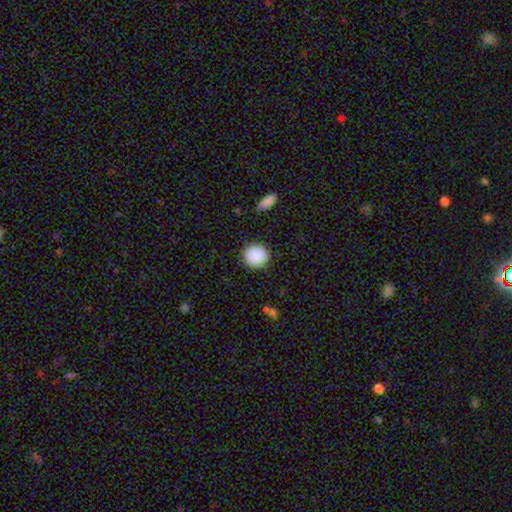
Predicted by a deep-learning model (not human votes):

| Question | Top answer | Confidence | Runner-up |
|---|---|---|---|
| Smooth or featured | smooth | 89% | star or artifact (7%) |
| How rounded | round | 93% | in between (6%) |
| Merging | none | 89% | minor disturbance (8%) |